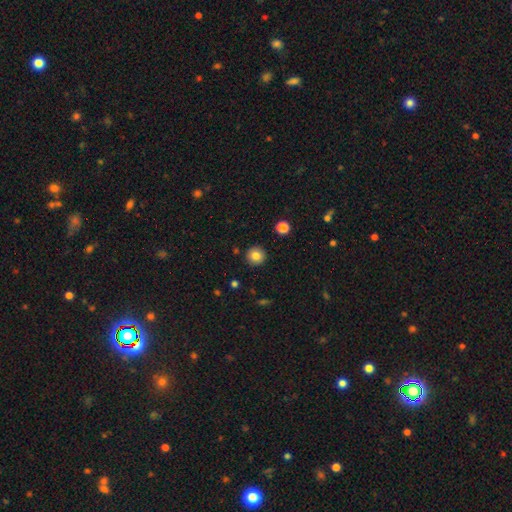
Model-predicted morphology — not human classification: A smooth galaxy with no disk features (83%) that is round (95%).

Vote fractions:
- Smooth or featured? smooth: 83% / star or artifact: 10% / featured or disk: 7%
- How rounded? round: 95% / in between: 5% / cigar-shaped: 1%
- Merging? none: 92% / minor disturbance: 5% / major disturbance: 2% / merger: 1%